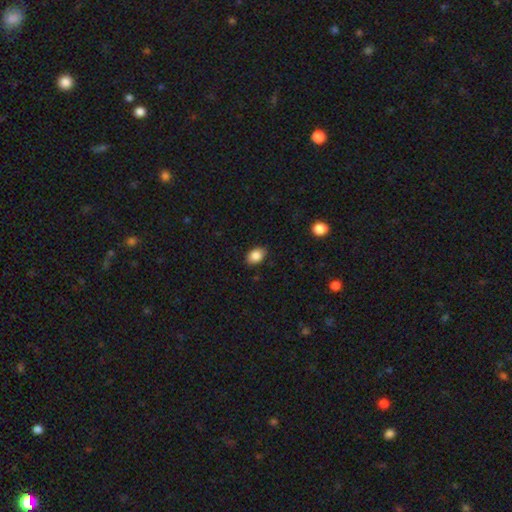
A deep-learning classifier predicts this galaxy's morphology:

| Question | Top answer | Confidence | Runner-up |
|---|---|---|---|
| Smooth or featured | smooth | 87% | star or artifact (8%) |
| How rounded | in between | 82% | round (17%) |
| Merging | none | 85% | minor disturbance (11%) |